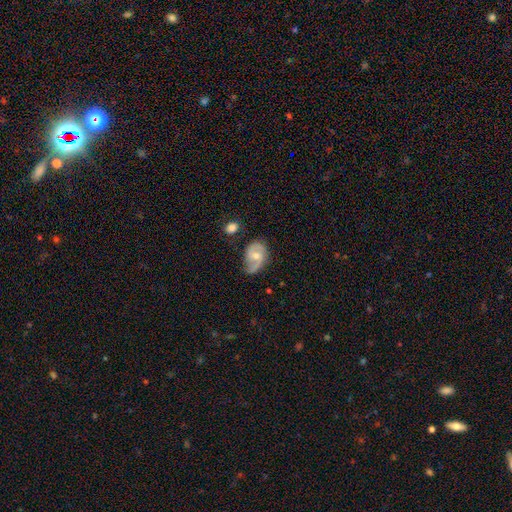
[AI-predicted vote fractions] Smooth or featured? featured or disk (75%)
Edge-on disk? no (97%)
Bar? weak (46%)
Spiral arms? yes (92%)
Spiral winding? medium (47%)
Spiral arm count? 2 (80%)
Bulge size? moderate (54%)
Merging? none (59%)